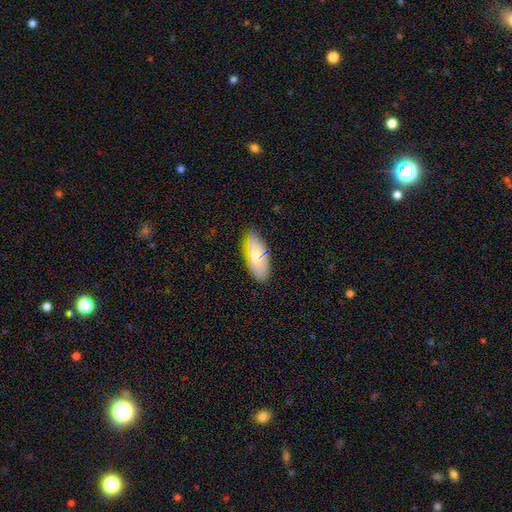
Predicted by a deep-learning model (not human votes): Q: Smooth or featured?
A: smooth (67%); runner-up: featured or disk (25%)
Q: How rounded?
A: in between (86%); runner-up: cigar-shaped (12%)
Q: Merging?
A: none (79%); runner-up: minor disturbance (17%)